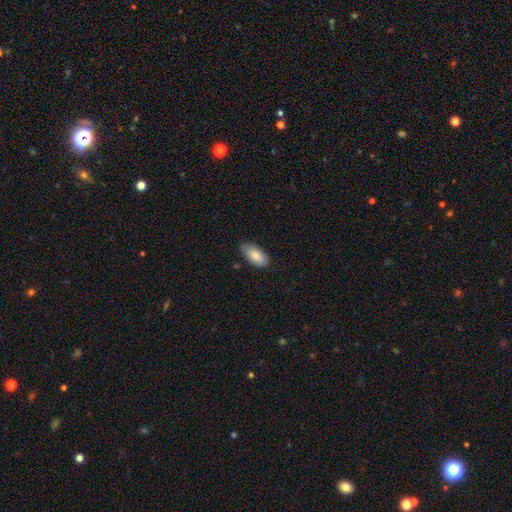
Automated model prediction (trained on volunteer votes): A smooth galaxy with no disk features (85%) that is in between round and cigar-shaped (92%).

Vote fractions:
- Smooth or featured? smooth: 85% / featured or disk: 9% / star or artifact: 6%
- How rounded? in between: 92% / cigar-shaped: 6% / round: 2%
- Merging? none: 76% / minor disturbance: 20% / major disturbance: 3% / merger: 1%